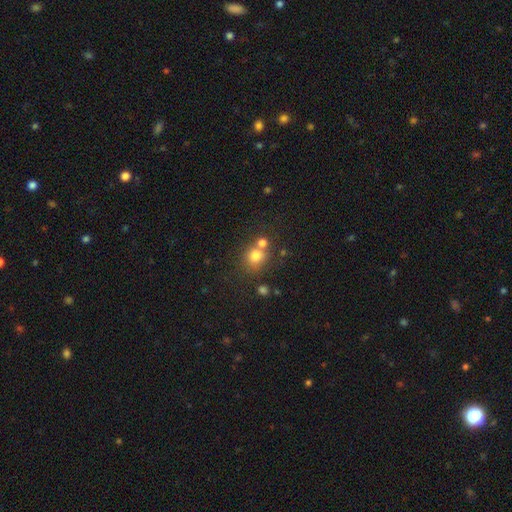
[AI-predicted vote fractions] Morphology: type=smooth (77%); roundness=round (80%); merging=none (52%).